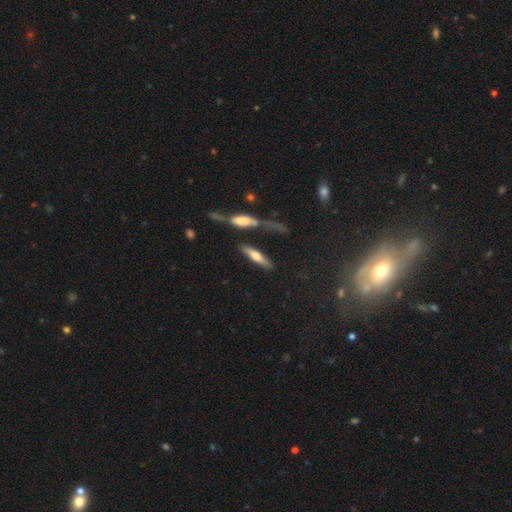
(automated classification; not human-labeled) This is possibly a smooth galaxy (51%). How rounded: likely cigar-shaped (67%). Merging: likely none (64%).